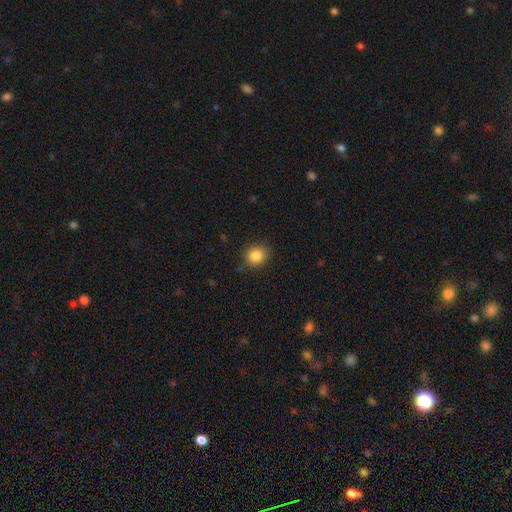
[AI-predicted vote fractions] smooth_or_featured: smooth (p=0.85) [alt: star or artifact p=0.10]
how_rounded: round (p=0.76) [alt: in between p=0.23]
merging: none (p=0.84) [alt: minor disturbance p=0.12]